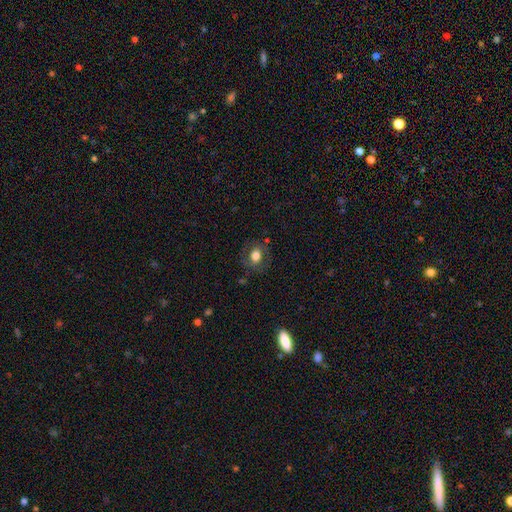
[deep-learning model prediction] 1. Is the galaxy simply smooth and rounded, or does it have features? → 68% smooth, 23% featured or disk, 9% star or artifact.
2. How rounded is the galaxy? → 54% in between, 45% round, 1% cigar-shaped.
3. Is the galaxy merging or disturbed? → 76% none, 15% minor disturbance, 7% major disturbance, 2% merger.